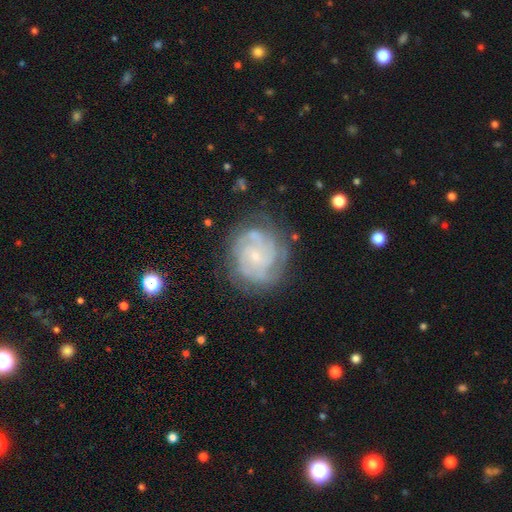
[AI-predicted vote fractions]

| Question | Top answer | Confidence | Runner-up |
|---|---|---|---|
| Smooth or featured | featured or disk | 79% | smooth (14%) |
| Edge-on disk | no | 98% | yes (2%) |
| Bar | no | 71% | weak (25%) |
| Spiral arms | yes | 93% | no (7%) |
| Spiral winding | tight | 66% | medium (28%) |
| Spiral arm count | can't tell | 35% | 3 (23%) |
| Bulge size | small | 76% | moderate (16%) |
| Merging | none | 72% | minor disturbance (18%) |